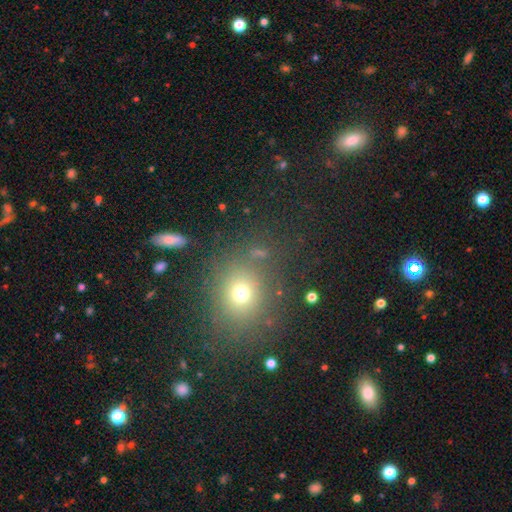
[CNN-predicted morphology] Q: Smooth or featured?
A: smooth (60%); runner-up: star or artifact (28%)
Q: How rounded?
A: round (68%); runner-up: in between (30%)
Q: Merging?
A: none (78%); runner-up: minor disturbance (11%)